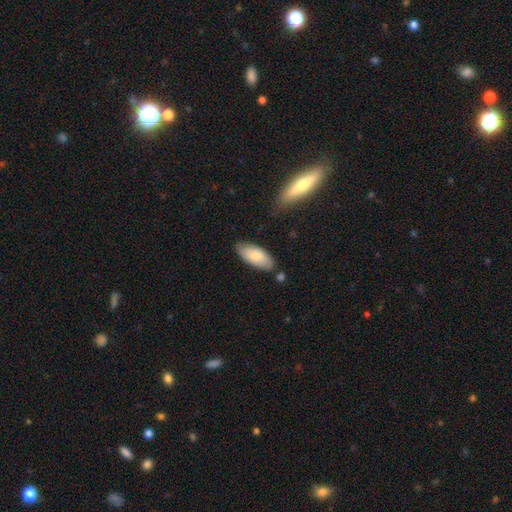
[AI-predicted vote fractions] This is likely a smooth galaxy (77%). How rounded: clearly in between (87%). Merging: likely none (77%).